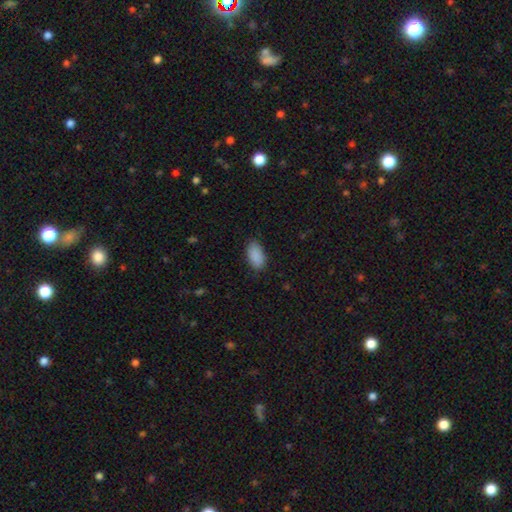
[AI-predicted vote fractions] smooth-or-featured: smooth: 90% | star or artifact: 7% | featured or disk: 3%
  how-rounded: in between: 94% | round: 3% | cigar-shaped: 3%
  merging: none: 83% | minor disturbance: 13% | major disturbance: 3% | merger: 1%